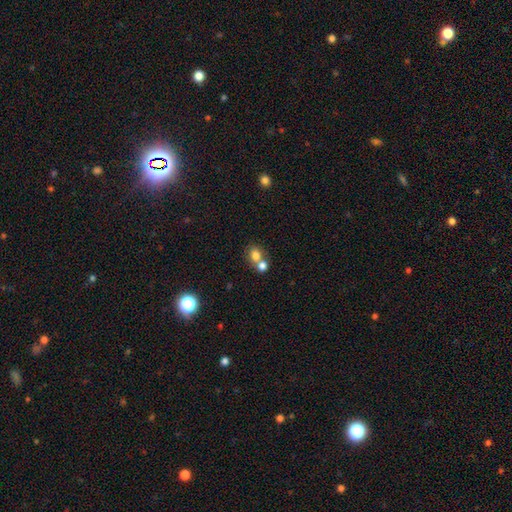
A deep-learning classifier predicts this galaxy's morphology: type=smooth (78%); roundness=round (65%); merging=merger (51%).